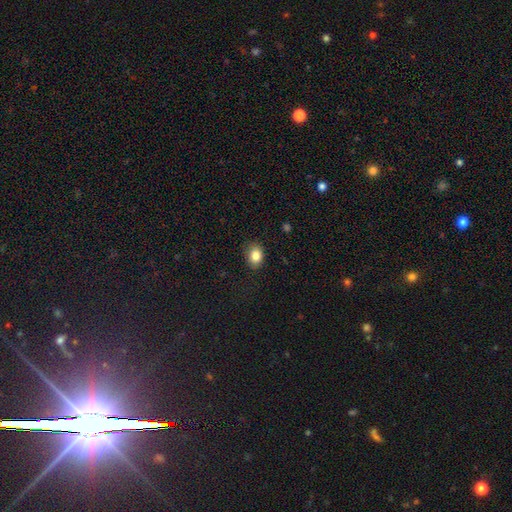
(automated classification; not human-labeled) Smooth or featured? Predicted: smooth (p=0.83). How rounded? Predicted: in between (p=0.58). Merging? Predicted: none (p=0.85).